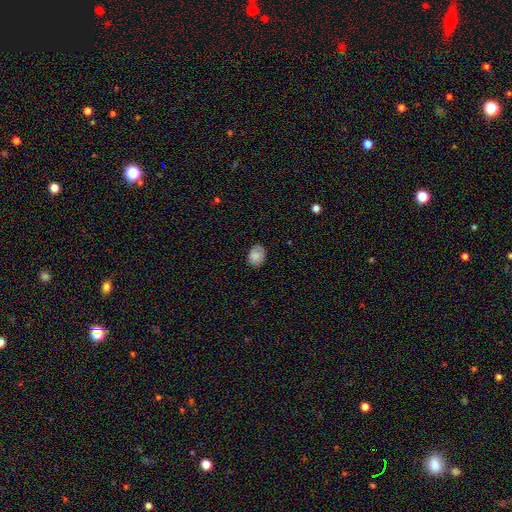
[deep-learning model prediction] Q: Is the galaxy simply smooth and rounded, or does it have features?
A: smooth — 85%.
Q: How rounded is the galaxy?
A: in between — 65%.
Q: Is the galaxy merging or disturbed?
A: none — 81%.